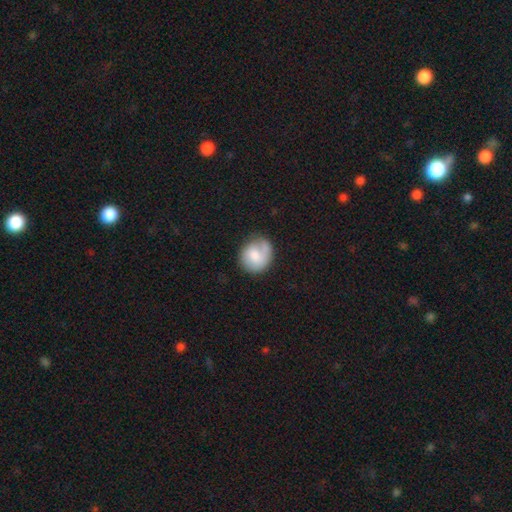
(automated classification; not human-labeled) This appears to be a smooth galaxy with no disk features (65%) that is round (78%). Merging: none (59%).